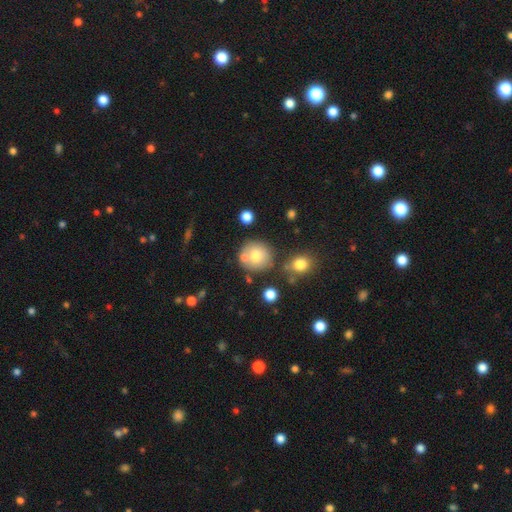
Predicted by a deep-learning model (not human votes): Morphology: type=smooth (72%); roundness=round (90%); merging=none (67%).